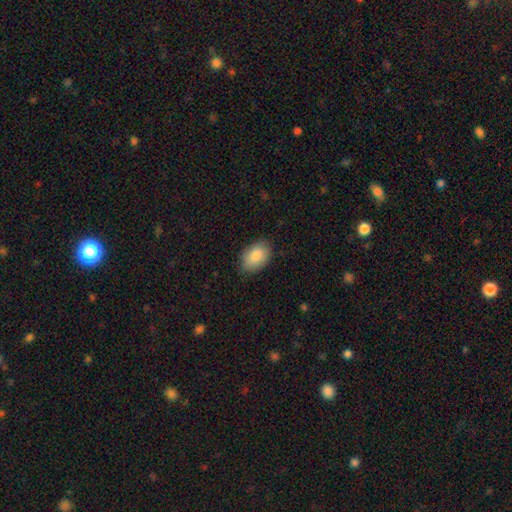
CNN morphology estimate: Smooth or featured?
  - smooth: 85% *
  - featured or disk: 9%
  - star or artifact: 6%
How rounded?
  - in between: 90% *
  - round: 9%
  - cigar-shaped: 1%
Merging?
  - none: 84% *
  - minor disturbance: 12%
  - major disturbance: 2%
  - merger: 1%